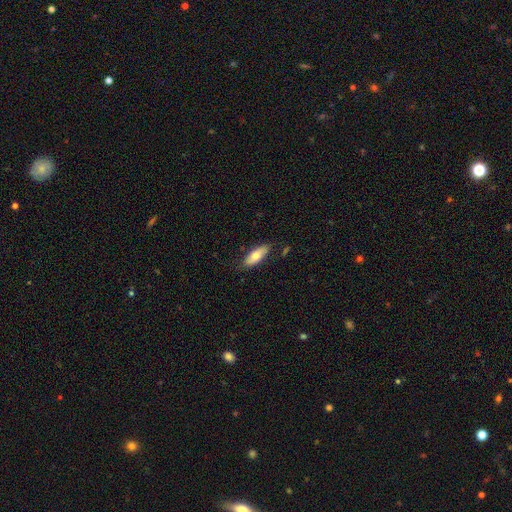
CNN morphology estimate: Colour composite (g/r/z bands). It shows a smooth galaxy with no disk features (70%) that is in between round and cigar-shaped (75%). Merging: none (79%).